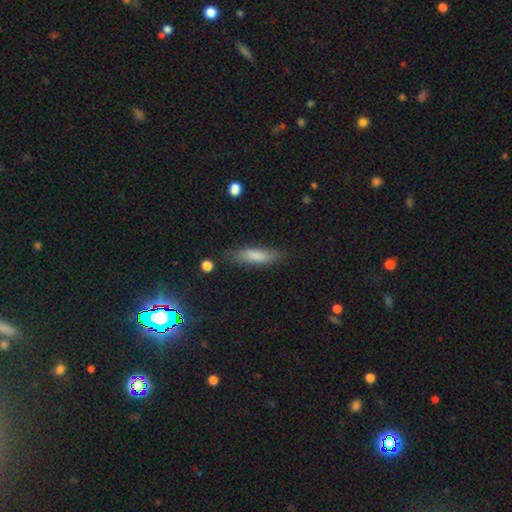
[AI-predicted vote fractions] Smooth or featured: smooth — 77% (featured or disk — 15%)
How rounded: cigar-shaped — 69% (in between — 29%)
Merging: none — 77% (minor disturbance — 16%)